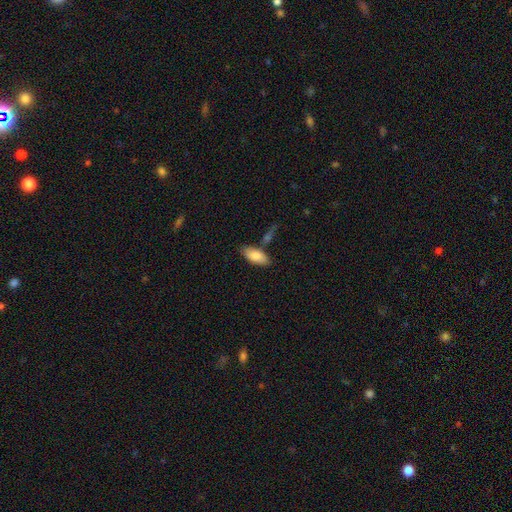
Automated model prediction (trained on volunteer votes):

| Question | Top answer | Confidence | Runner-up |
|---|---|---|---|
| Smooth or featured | smooth | 84% | featured or disk (10%) |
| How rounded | in between | 88% | cigar-shaped (10%) |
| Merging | none | 73% | minor disturbance (14%) |